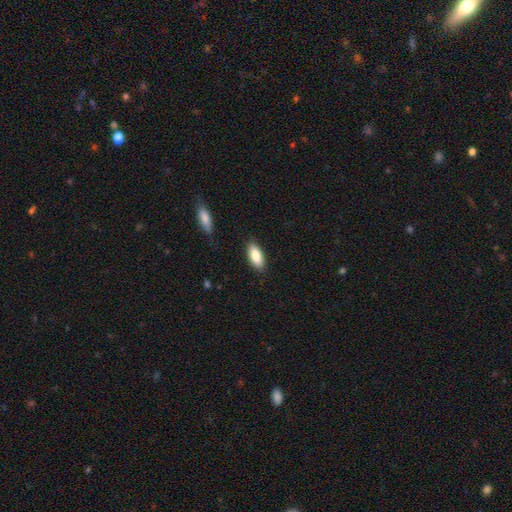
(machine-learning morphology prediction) type=smooth (87%); roundness=in between (85%); merging=none (86%).